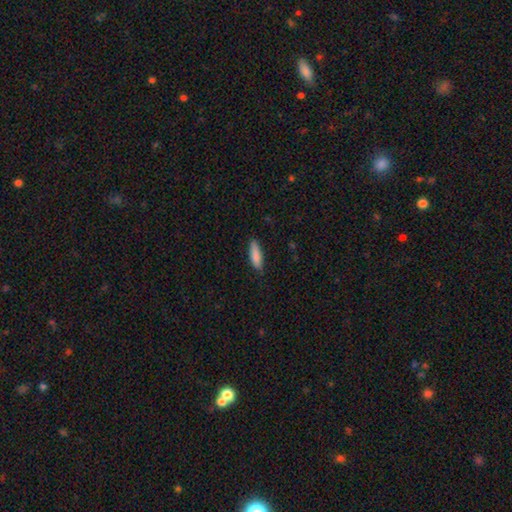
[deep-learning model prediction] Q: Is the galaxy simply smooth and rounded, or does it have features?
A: smooth — 86%.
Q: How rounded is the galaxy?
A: in between — 52%.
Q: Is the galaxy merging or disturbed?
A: none — 77%.